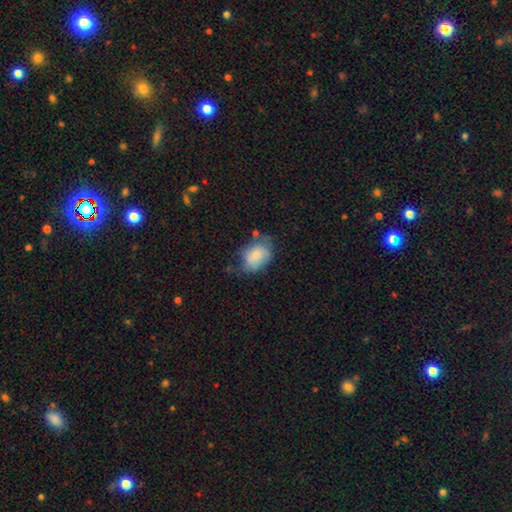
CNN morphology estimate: smooth-or-featured: smooth: 71% | featured or disk: 21% | star or artifact: 8%
  how-rounded: in between: 71% | round: 28% | cigar-shaped: 1%
  merging: none: 42% | minor disturbance: 36% | major disturbance: 16% | merger: 6%